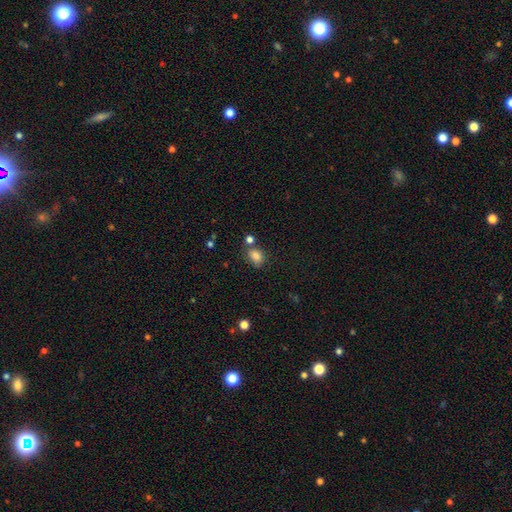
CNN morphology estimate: Smooth or featured? smooth (84%)
How rounded? in between (64%)
Merging? none (66%)